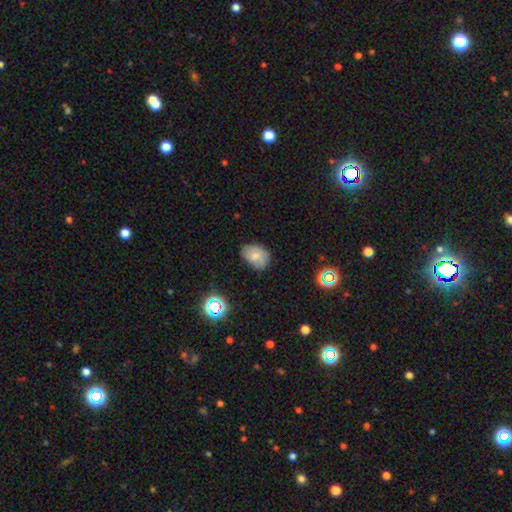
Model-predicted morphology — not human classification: A smooth galaxy with no disk features (70%) that is in between round and cigar-shaped (75%).

Vote fractions:
- Smooth or featured? smooth: 70% / featured or disk: 18% / star or artifact: 12%
- How rounded? in between: 75% / round: 24% / cigar-shaped: 1%
- Merging? none: 67% / minor disturbance: 26% / major disturbance: 6% / merger: 2%